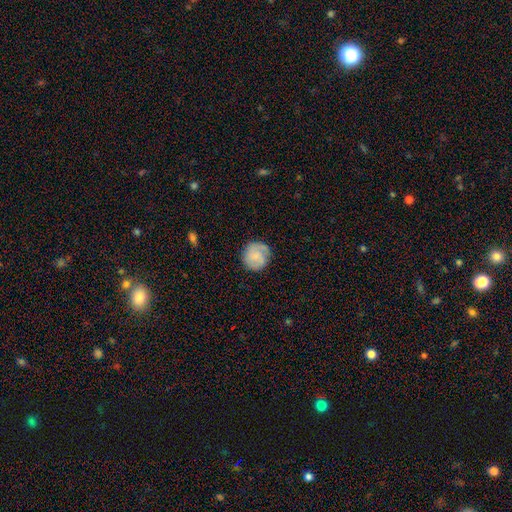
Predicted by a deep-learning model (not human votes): Morphology: type=smooth (62%); roundness=round (90%); merging=none (77%).